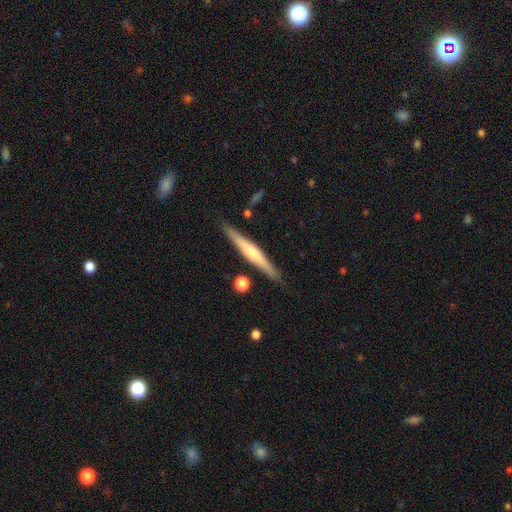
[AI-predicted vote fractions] Overall: featured or disk (65%; smooth 29%). Edge-on disk: yes (97%). Edge-on bulge: rounded (71%). Merging: none (88%).